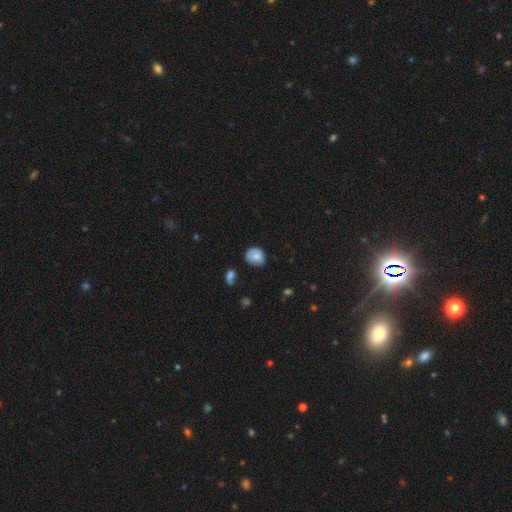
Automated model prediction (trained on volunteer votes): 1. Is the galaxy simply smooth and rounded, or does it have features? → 75% smooth, 16% featured or disk, 8% star or artifact.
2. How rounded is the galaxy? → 62% round, 37% in between, 1% cigar-shaped.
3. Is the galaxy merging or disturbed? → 58% none, 31% minor disturbance, 7% major disturbance, 3% merger.